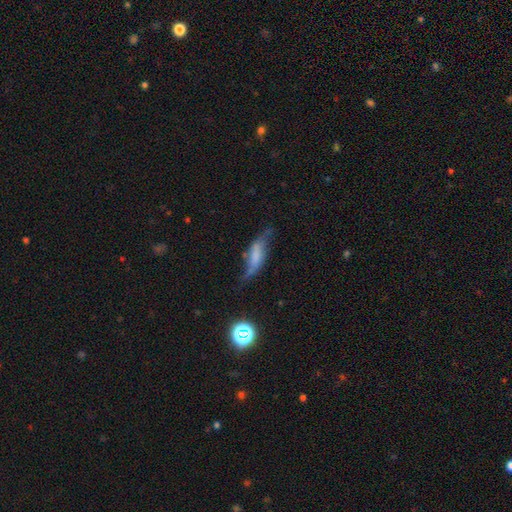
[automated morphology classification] featured or disk 52%, smooth 37%, star or artifact 11%. Down the decision tree: edge-on disk — no (68%); merging — none (45%).